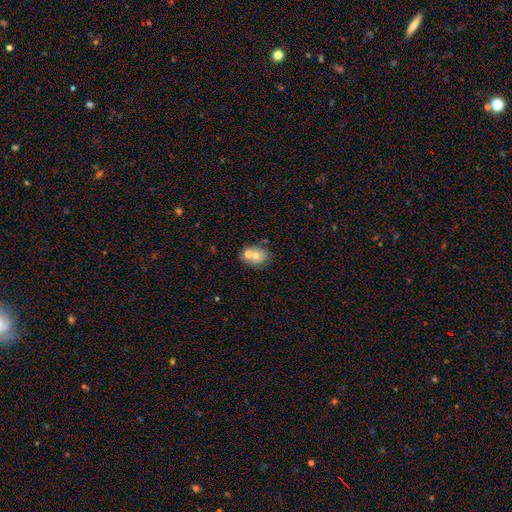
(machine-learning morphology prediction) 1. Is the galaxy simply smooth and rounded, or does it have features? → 66% smooth, 23% featured or disk, 11% star or artifact.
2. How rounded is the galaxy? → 54% in between, 45% round, 1% cigar-shaped.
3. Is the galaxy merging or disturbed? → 52% none, 32% merger, 12% minor disturbance, 4% major disturbance.